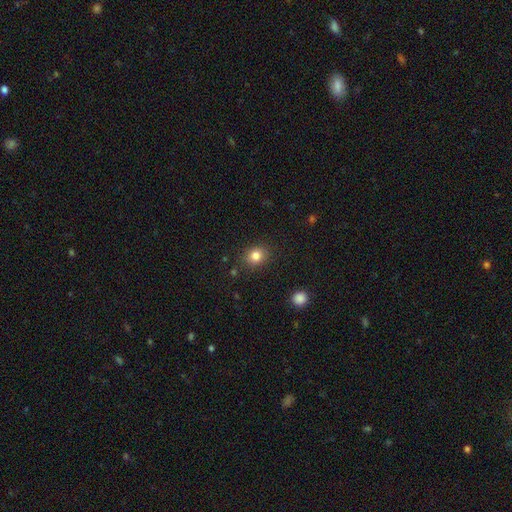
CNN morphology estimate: Smooth or featured? smooth (83%)
How rounded? round (55%)
Merging? none (86%)